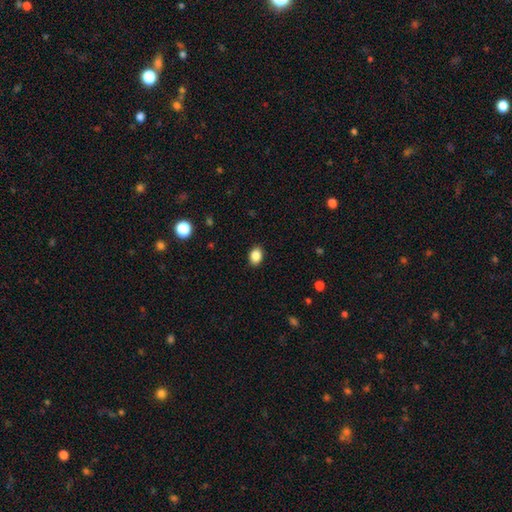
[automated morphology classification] This appears to be a smooth galaxy with no disk features (87%) that is in between round and cigar-shaped (69%). Merging: none (90%).